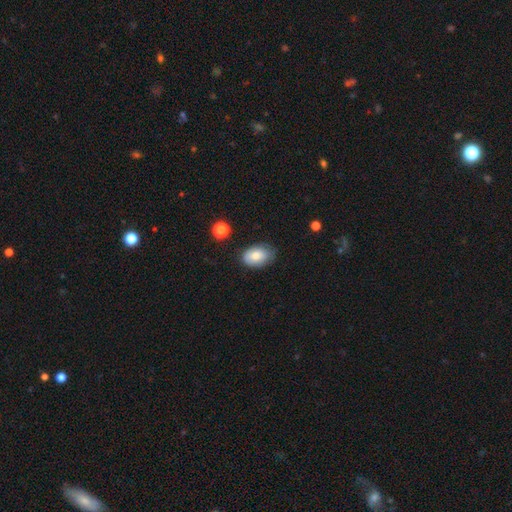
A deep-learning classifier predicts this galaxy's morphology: smooth_or_featured: smooth (p=0.76) [alt: featured or disk p=0.16]
how_rounded: in between (p=0.87) [alt: round p=0.12]
merging: none (p=0.68) [alt: minor disturbance p=0.25]